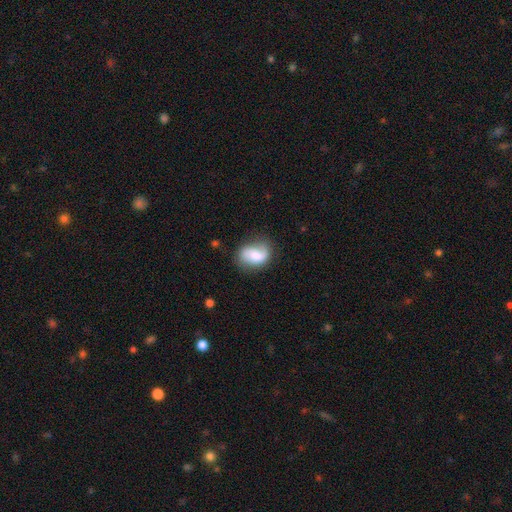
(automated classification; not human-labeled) A smooth galaxy with no disk features (53%) that is in between round and cigar-shaped (73%). Merging: none (59%).